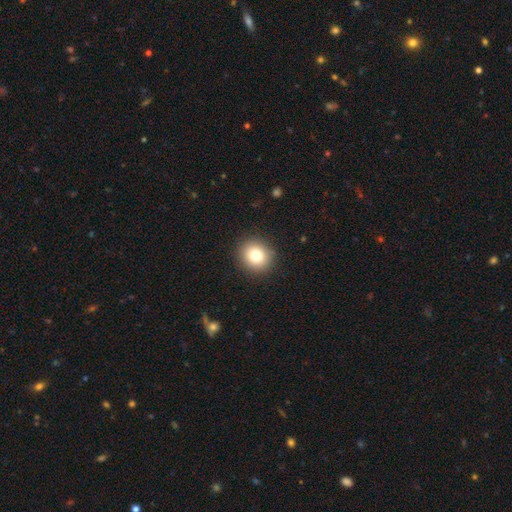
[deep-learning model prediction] A smooth galaxy with no disk features (80%) that is round (84%).

Vote fractions:
- Smooth or featured? smooth: 80% / star or artifact: 11% / featured or disk: 9%
- How rounded? round: 84% / in between: 15% / cigar-shaped: 1%
- Merging? none: 90% / minor disturbance: 6% / major disturbance: 2% / merger: 1%